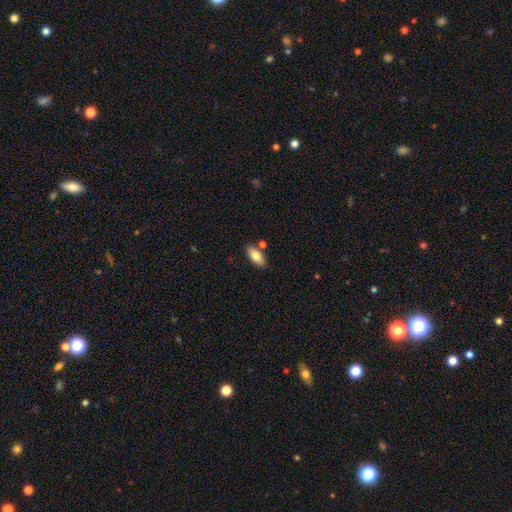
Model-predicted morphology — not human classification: A smooth galaxy with no disk features (80%) that is in between round and cigar-shaped (88%). Merging: none (78%).